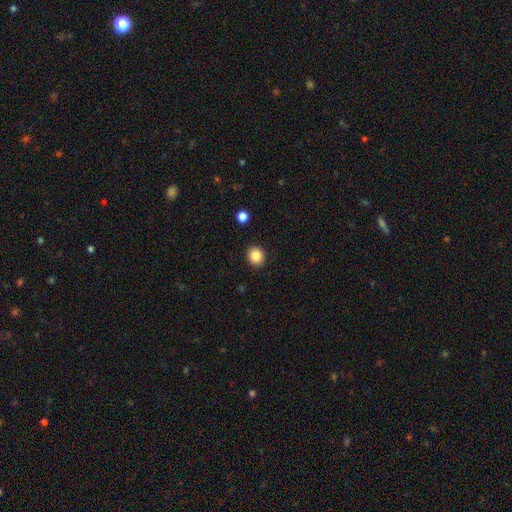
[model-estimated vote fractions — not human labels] Smooth or featured: smooth — 86% (star or artifact — 10%)
How rounded: round — 77% (in between — 22%)
Merging: none — 92% (minor disturbance — 5%)